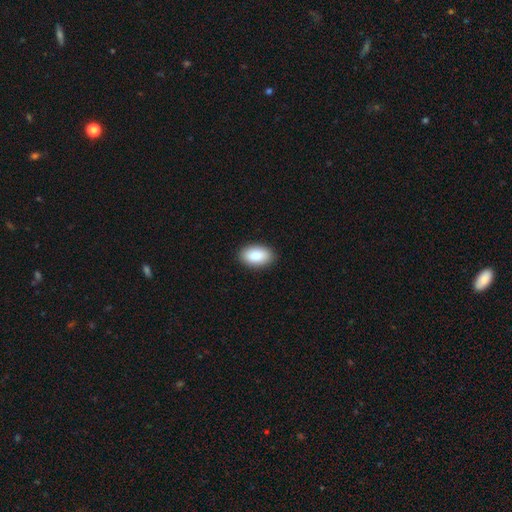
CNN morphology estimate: type=smooth (83%); roundness=in between (91%); merging=none (91%).